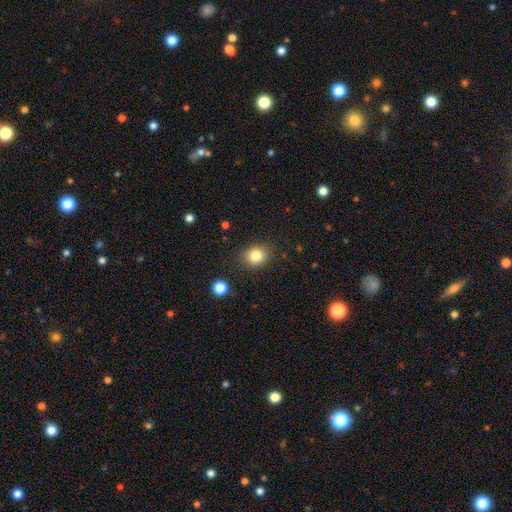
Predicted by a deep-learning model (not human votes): Smooth or featured? Predicted: smooth (p=0.82). How rounded? Predicted: round (p=0.72). Merging? Predicted: none (p=0.85).